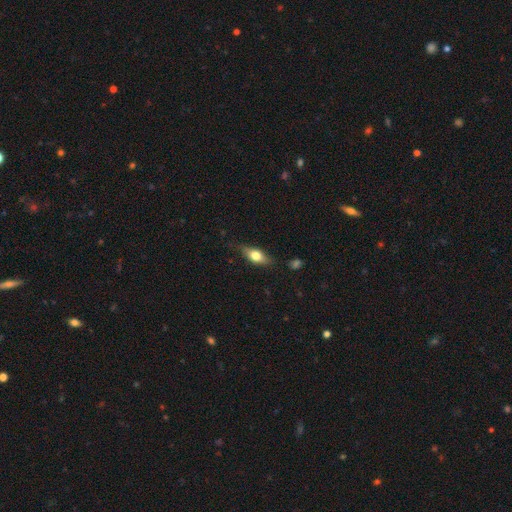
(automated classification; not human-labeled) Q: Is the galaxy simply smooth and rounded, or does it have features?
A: smooth — 60%.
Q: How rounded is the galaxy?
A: in between — 71%.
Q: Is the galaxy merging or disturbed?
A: none — 75%.